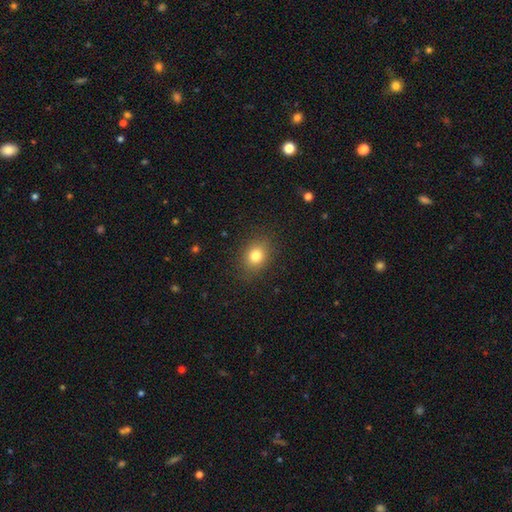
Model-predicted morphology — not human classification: A smooth galaxy with no disk features (81%) that is in between round and cigar-shaped (50%). Merging: none (86%).